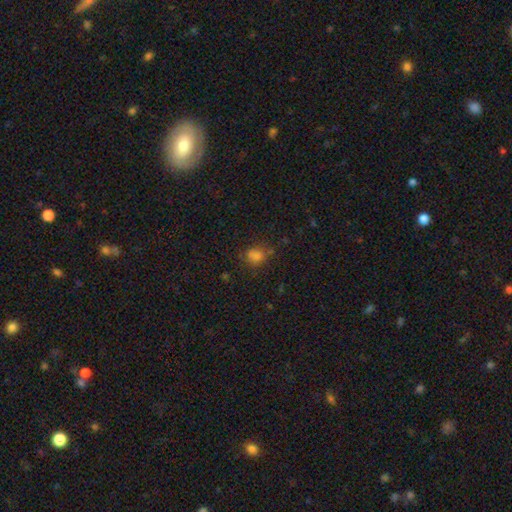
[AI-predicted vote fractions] Overall: smooth (73%). How rounded: round (56%; in between 43%). Merging: none (64%).